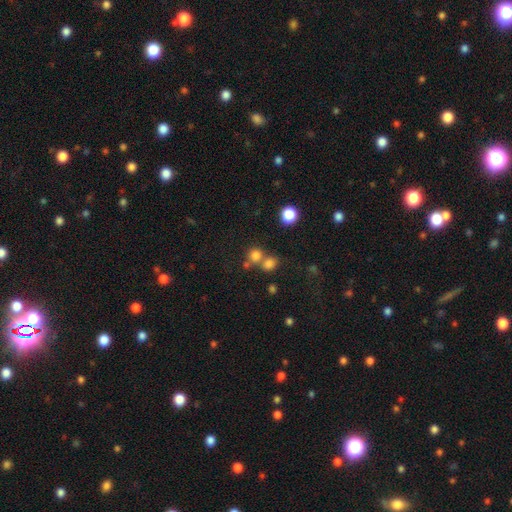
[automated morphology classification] type=smooth (77%); roundness=round (83%); merging=none (52%).